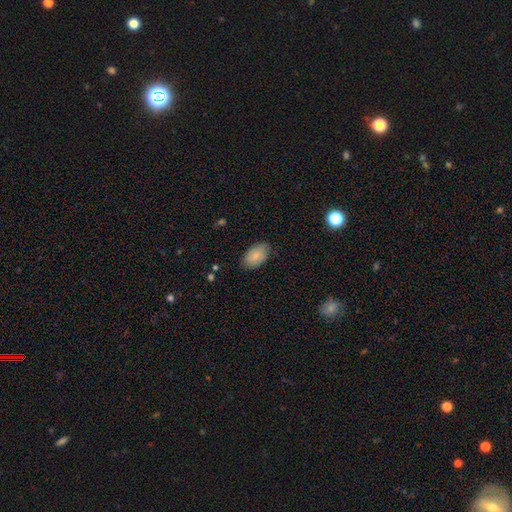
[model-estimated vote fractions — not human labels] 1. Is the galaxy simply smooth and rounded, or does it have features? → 82% smooth, 11% featured or disk, 7% star or artifact.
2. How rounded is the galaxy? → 91% in between, 7% round, 1% cigar-shaped.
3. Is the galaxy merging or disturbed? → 79% none, 17% minor disturbance, 3% major disturbance, 1% merger.